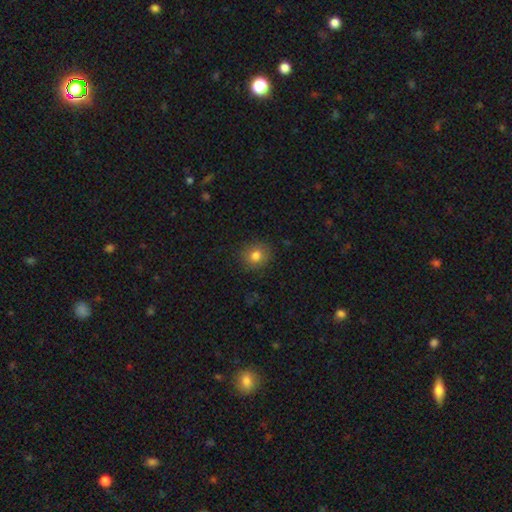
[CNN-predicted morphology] A smooth galaxy with no disk features (81%) that is round (80%).

Vote fractions:
- Smooth or featured? smooth: 81% / star or artifact: 11% / featured or disk: 8%
- How rounded? round: 80% / in between: 19% / cigar-shaped: 1%
- Merging? none: 87% / minor disturbance: 9% / major disturbance: 3% / merger: 1%